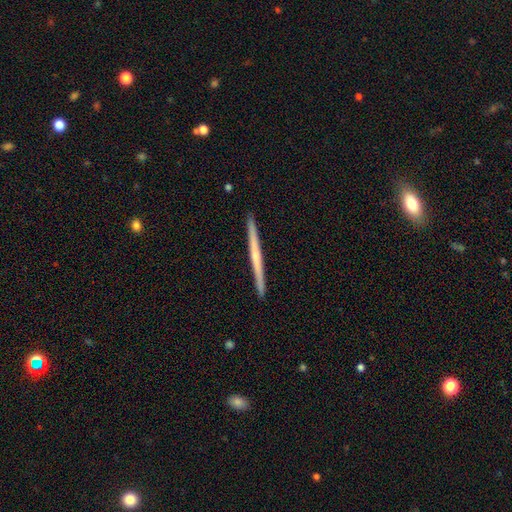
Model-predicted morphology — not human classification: Smooth or featured: featured or disk — 60% (smooth — 35%)
Edge-on disk: yes — 98% (no — 2%)
Edge-on bulge: none — 67% (rounded — 28%)
Merging: none — 93% (minor disturbance — 5%)